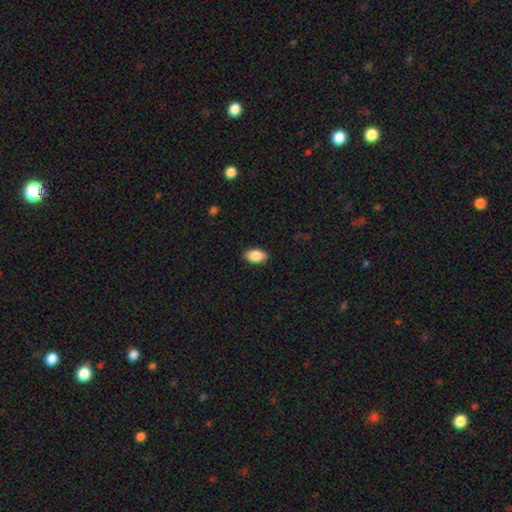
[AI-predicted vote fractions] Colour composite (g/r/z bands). It shows a smooth galaxy with no disk features (87%) that is in between round and cigar-shaped (91%). Merging: none (87%).